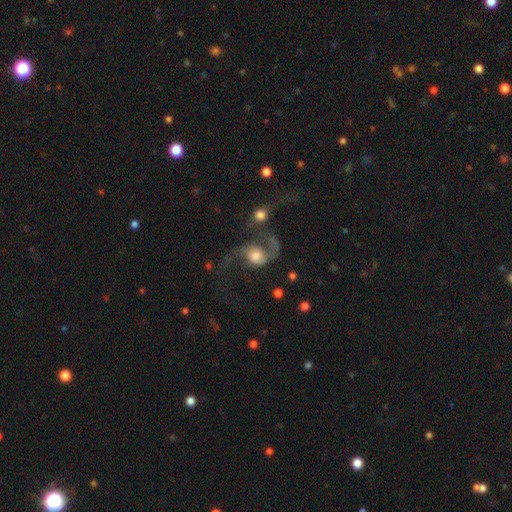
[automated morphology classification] A featured or disk galaxy (67%) with no bar (71%), 2 (75%) loose (74%) spiral arms (87%) and a moderate central bulge (43%). Merging: merger (33%).